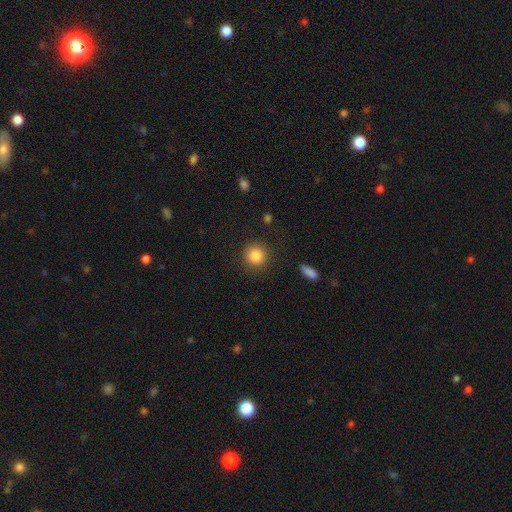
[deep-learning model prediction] A smooth galaxy with no disk features (85%) that is round (92%).

Vote fractions:
- Smooth or featured? smooth: 85% / star or artifact: 10% / featured or disk: 6%
- How rounded? round: 92% / in between: 7% / cigar-shaped: 1%
- Merging? none: 88% / minor disturbance: 7% / major disturbance: 3% / merger: 2%